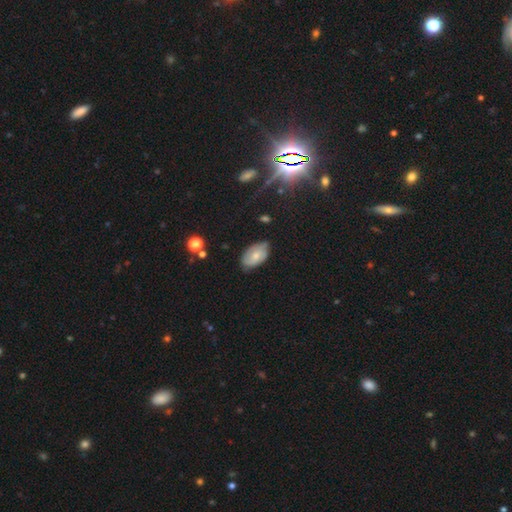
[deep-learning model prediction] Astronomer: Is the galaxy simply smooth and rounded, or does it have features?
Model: smooth — 60%.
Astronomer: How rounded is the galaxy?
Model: in between — 92%.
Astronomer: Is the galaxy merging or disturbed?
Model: none — 68%.